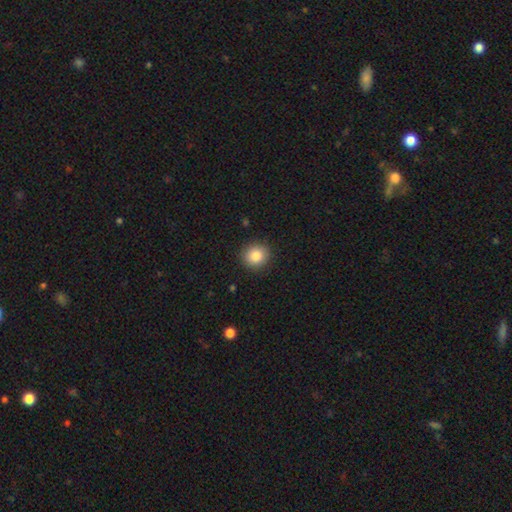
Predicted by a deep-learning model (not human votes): smooth-or-featured: smooth: 85% | star or artifact: 9% | featured or disk: 5%
  how-rounded: round: 88% | in between: 11% | cigar-shaped: 1%
  merging: none: 91% | minor disturbance: 6% | major disturbance: 2% | merger: 1%